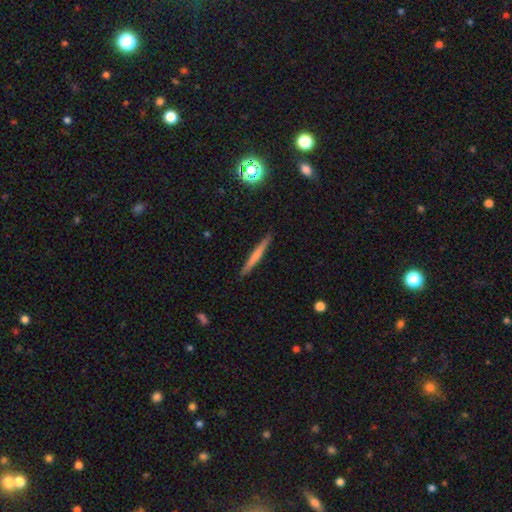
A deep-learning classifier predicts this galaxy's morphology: Smooth or featured?
  - smooth: 56% *
  - featured or disk: 37%
  - star or artifact: 7%
How rounded?
  - cigar-shaped: 96% *
  - in between: 2%
  - round: 2%
Merging?
  - none: 91% *
  - minor disturbance: 7%
  - major disturbance: 1%
  - merger: 1%